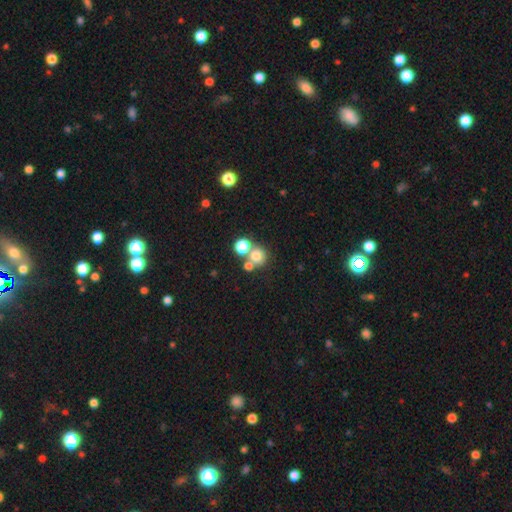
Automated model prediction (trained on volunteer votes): smooth_or_featured: smooth (p=0.73) [alt: star or artifact p=0.16]
how_rounded: round (p=0.88) [alt: in between p=0.11]
merging: none (p=0.53) [alt: merger p=0.35]